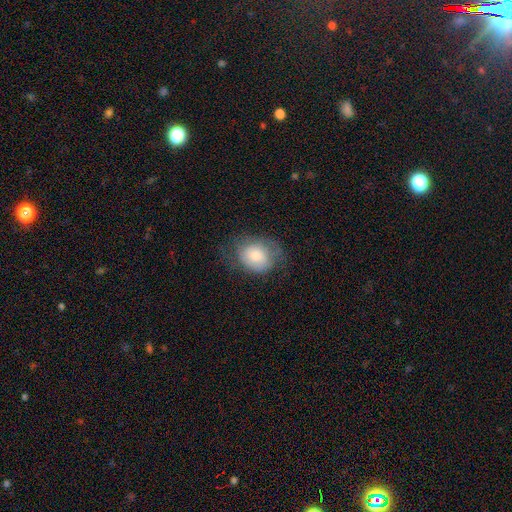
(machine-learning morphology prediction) This appears to be a smooth galaxy with no disk features (71%) that is in between round and cigar-shaped (51%). Merging: none (51%).